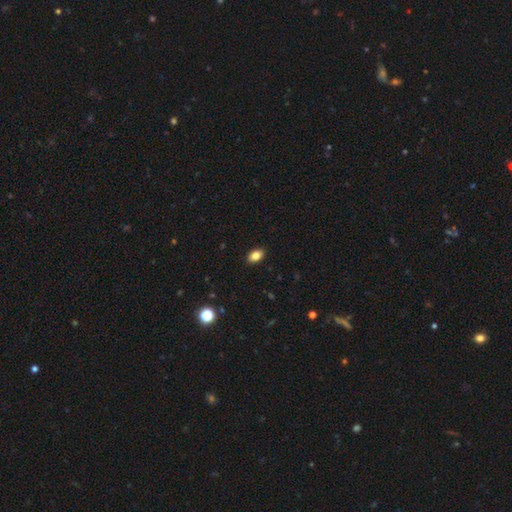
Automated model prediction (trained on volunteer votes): Q: Smooth or featured?
A: smooth (83%); runner-up: star or artifact (10%)
Q: How rounded?
A: in between (87%); runner-up: round (11%)
Q: Merging?
A: none (90%); runner-up: minor disturbance (7%)